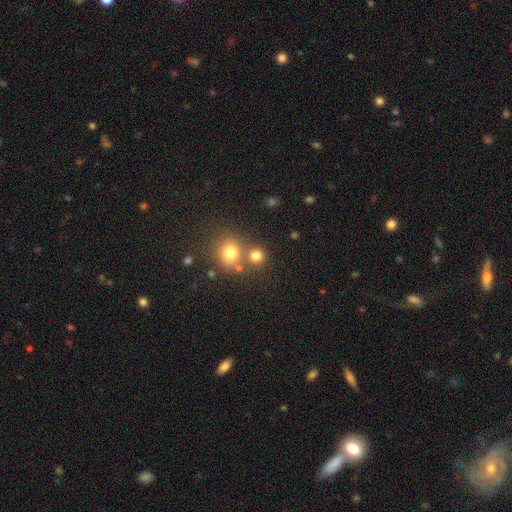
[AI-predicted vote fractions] A smooth galaxy with no disk features (77%) that is round (88%).

Vote fractions:
- Smooth or featured? smooth: 77% / star or artifact: 15% / featured or disk: 7%
- How rounded? round: 88% / in between: 11% / cigar-shaped: 1%
- Merging? none: 64% / merger: 26% / minor disturbance: 7% / major disturbance: 3%